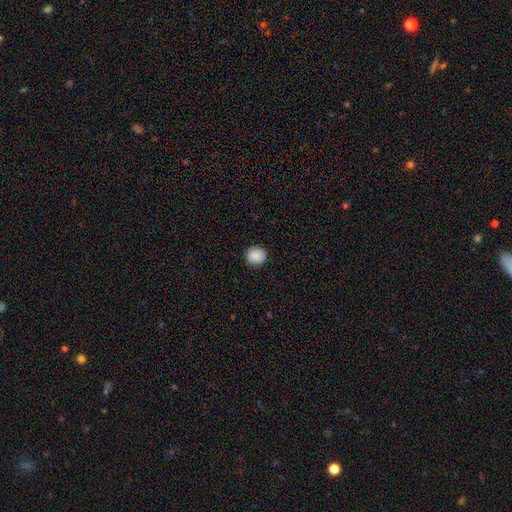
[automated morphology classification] Q: Smooth or featured?
A: smooth (89%); runner-up: star or artifact (8%)
Q: How rounded?
A: round (81%); runner-up: in between (18%)
Q: Merging?
A: none (89%); runner-up: minor disturbance (8%)